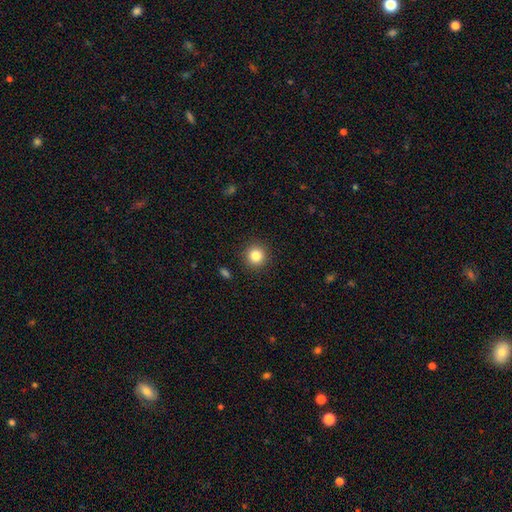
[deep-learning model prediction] A smooth galaxy with no disk features (83%) that is round (94%). Merging: none (91%).